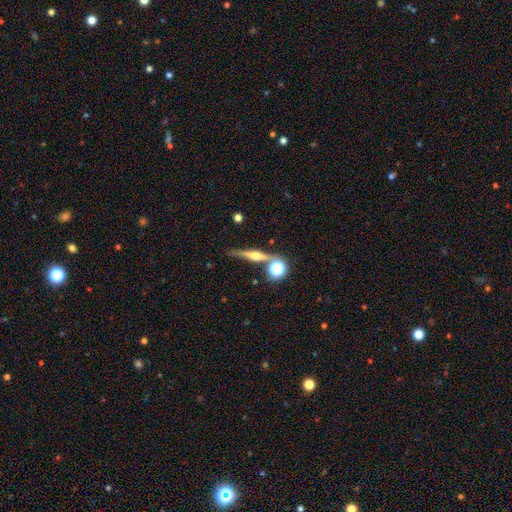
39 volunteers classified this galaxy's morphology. A featured or disk galaxy (79%) viewed edge-on (100%) with a rounded central bulge (90%).

Vote fractions:
- Smooth or featured? featured or disk: 79% / smooth: 15% / star or artifact: 5%
- Edge-on disk? yes: 100% / no: 0%
- Edge-on bulge? rounded: 90% / boxy: 10% / none: 0%
- Merging? none: 81% / merger: 14% / minor disturbance: 5% / major disturbance: 0%